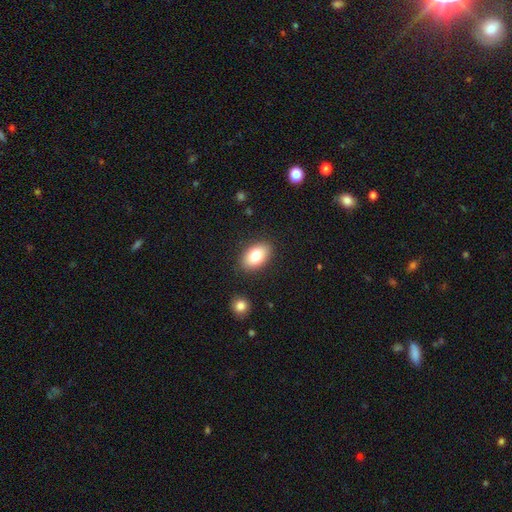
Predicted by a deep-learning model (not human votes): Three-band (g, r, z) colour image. It shows a smooth galaxy with no disk features (80%) that is in between round and cigar-shaped (90%). Merging: none (87%).